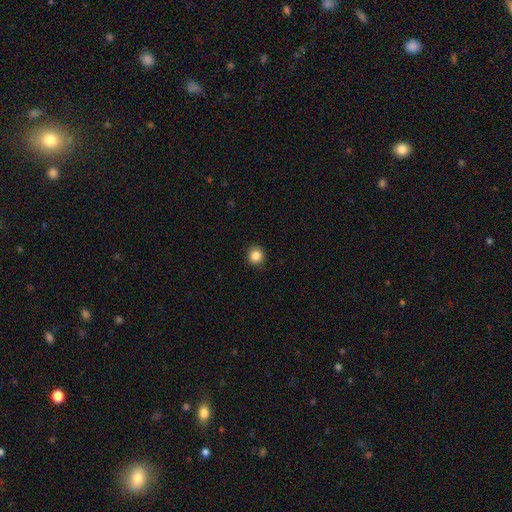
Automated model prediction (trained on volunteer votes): This is clearly a smooth galaxy (85%). How rounded: clearly round (92%). Merging: clearly none (91%).